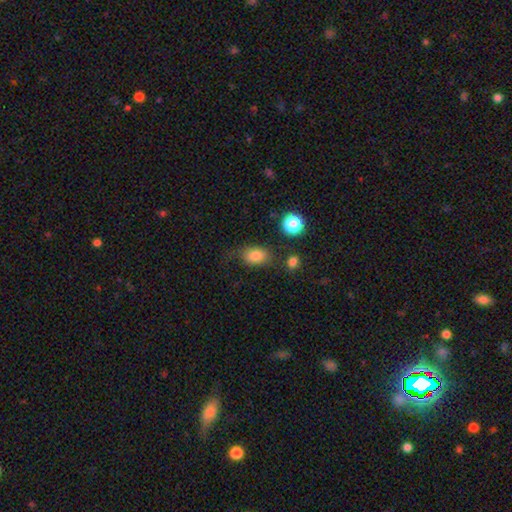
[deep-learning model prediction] Smooth or featured? Predicted: smooth (p=0.81). How rounded? Predicted: in between (p=0.76). Merging? Predicted: none (p=0.65).